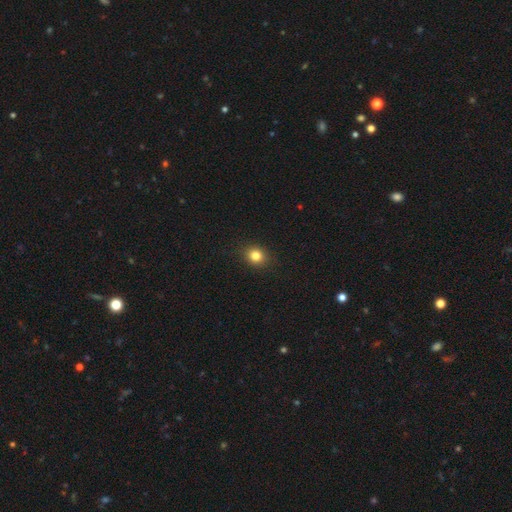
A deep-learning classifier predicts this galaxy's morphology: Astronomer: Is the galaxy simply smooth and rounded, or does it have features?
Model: smooth — 82%.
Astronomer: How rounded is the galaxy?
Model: round — 70%.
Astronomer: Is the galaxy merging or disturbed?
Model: none — 90%.